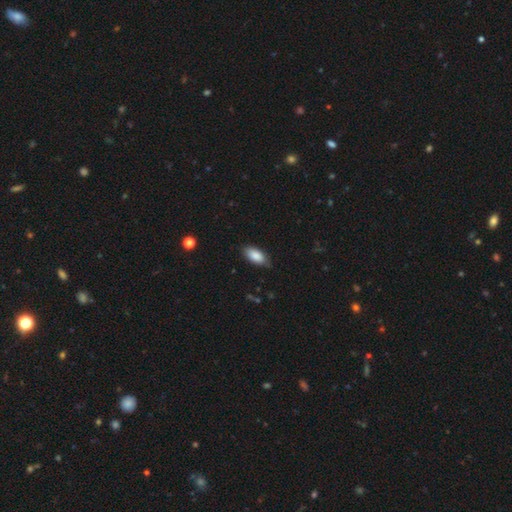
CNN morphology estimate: The model was most divided on "merging": none: 81%, minor disturbance: 16%, major disturbance: 3%, merger: 1%. More confident: how rounded — in between (92%); smooth or featured — smooth (88%).